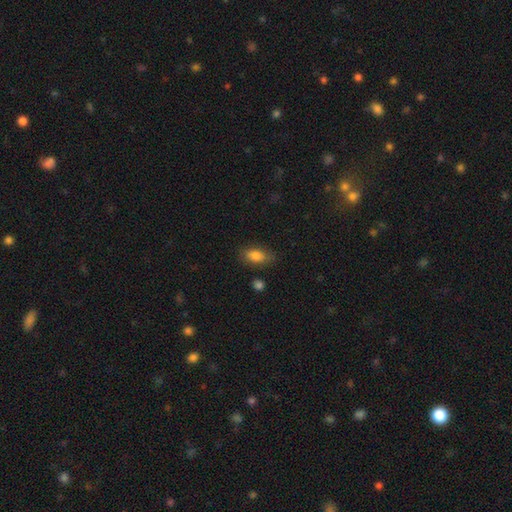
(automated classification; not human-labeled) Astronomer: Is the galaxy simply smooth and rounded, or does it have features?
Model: smooth — 82%.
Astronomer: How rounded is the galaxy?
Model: in between — 88%.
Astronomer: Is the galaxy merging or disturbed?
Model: none — 76%.